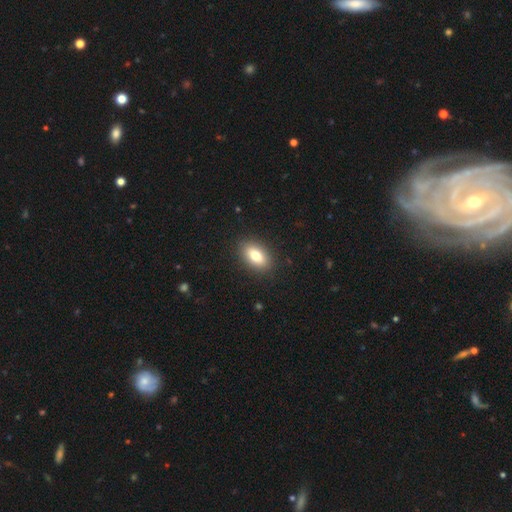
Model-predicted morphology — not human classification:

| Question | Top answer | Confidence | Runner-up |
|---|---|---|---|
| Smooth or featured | smooth | 80% | featured or disk (12%) |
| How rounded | in between | 89% | round (7%) |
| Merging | none | 88% | minor disturbance (8%) |